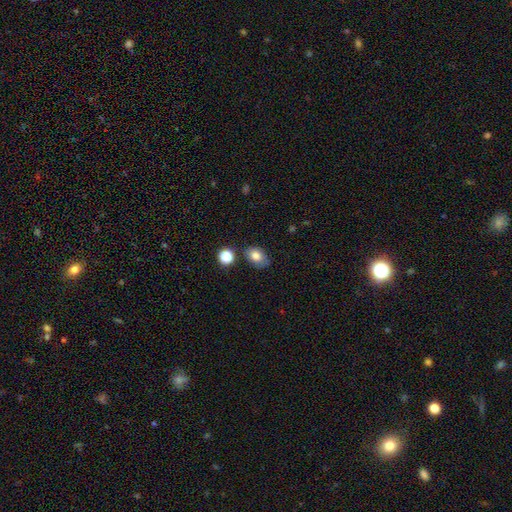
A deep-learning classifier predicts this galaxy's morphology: Q: Smooth or featured?
A: smooth (80%); runner-up: star or artifact (10%)
Q: How rounded?
A: in between (79%); runner-up: round (20%)
Q: Merging?
A: none (72%); runner-up: minor disturbance (18%)